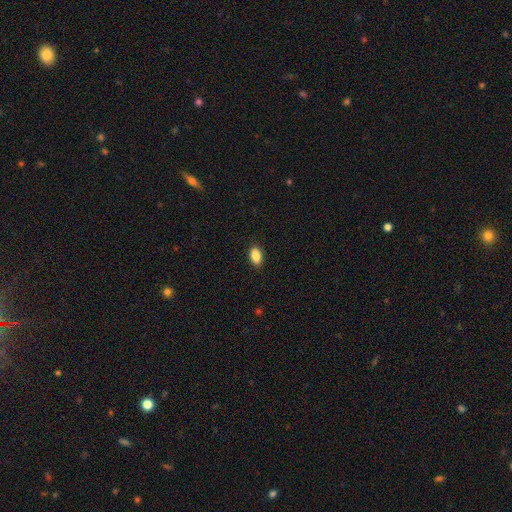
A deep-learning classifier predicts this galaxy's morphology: Smooth or featured: smooth — 88% (star or artifact — 8%)
How rounded: in between — 91% (round — 7%)
Merging: none — 89% (minor disturbance — 8%)